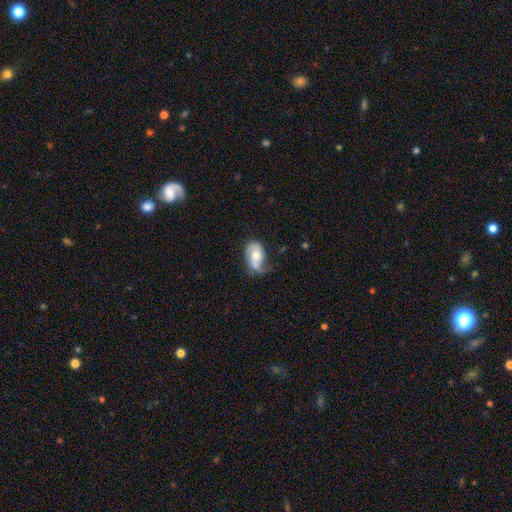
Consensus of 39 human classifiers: Smooth or featured?
  - featured or disk: 49% *
  - smooth: 46%
  - star or artifact: 5%
Edge-on disk?
  - no: 100% *
  - yes: 0%
Bar?
  - no: 58% *
  - weak: 32%
  - strong: 11%
Spiral arms?
  - yes: 74% *
  - no: 26%
Spiral winding?
  - loose: 50% *
  - medium: 29%
  - tight: 21%
Spiral arm count?
  - 2: 57% *
  - 1: 36%
  - 4: 7%
  - 3: 0%
  - more than 4: 0%
  - can't tell: 0%
Bulge size?
  - moderate: 68% *
  - large: 16%
  - small: 11%
  - dominant: 5%
  - none: 0%
Merging?
  - minor disturbance: 35% *
  - none: 27%
  - major disturbance: 27%
  - merger: 11%